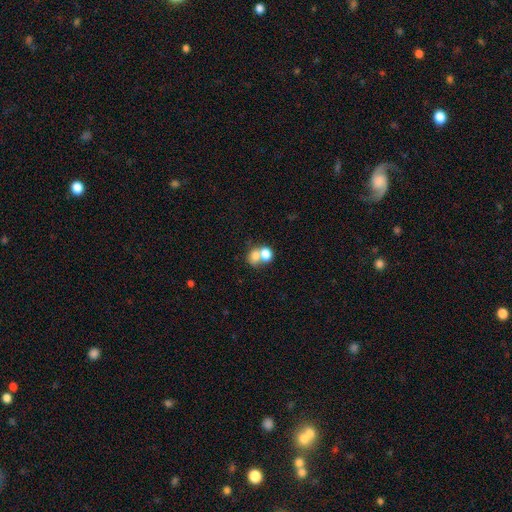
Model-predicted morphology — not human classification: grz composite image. It shows a smooth galaxy with no disk features (73%) that is round (56%). Merging: merger (62%).